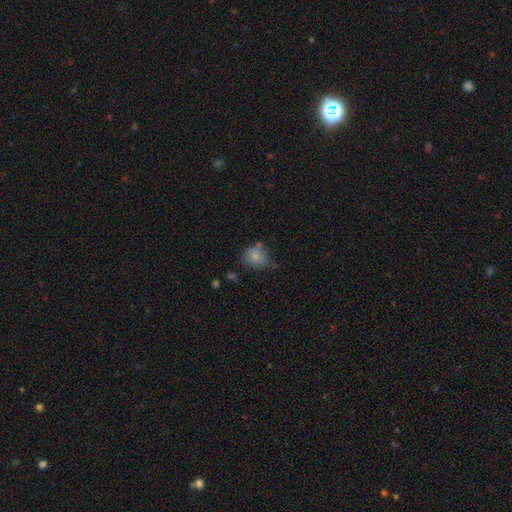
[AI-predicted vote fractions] Morphology: type=smooth (78%); roundness=round (74%); merging=none (53%).